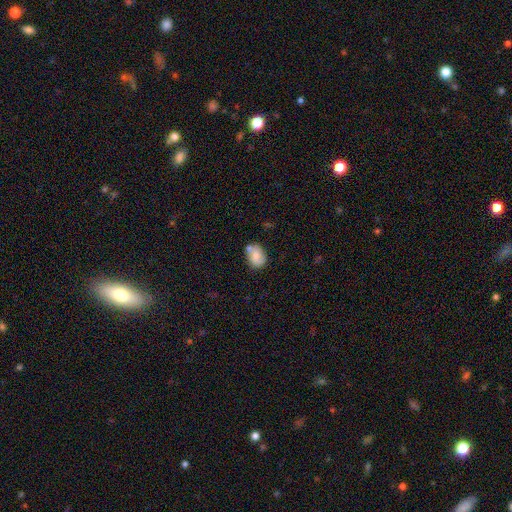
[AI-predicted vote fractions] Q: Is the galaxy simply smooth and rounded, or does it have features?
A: smooth — 73%.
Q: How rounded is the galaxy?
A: in between — 69%.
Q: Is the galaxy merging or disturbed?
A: none — 59%.